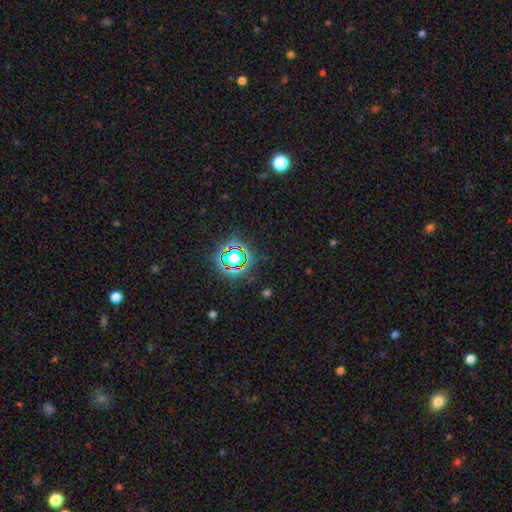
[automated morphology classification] smooth_or_featured: star or artifact (p=0.79) [alt: smooth p=0.13]